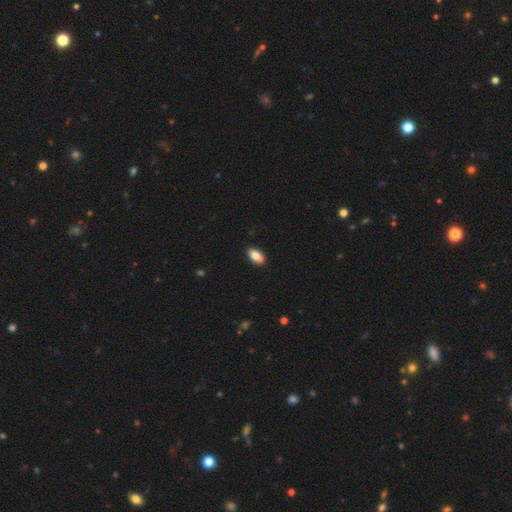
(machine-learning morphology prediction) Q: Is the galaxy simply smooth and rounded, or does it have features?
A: smooth — 84%.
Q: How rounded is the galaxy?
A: in between — 92%.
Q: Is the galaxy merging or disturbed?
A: none — 89%.